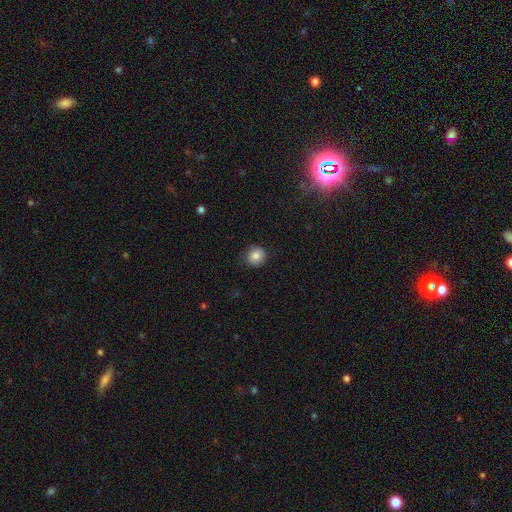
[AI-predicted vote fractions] This appears to be a smooth galaxy with no disk features (84%) that is round (90%). Merging: none (86%).